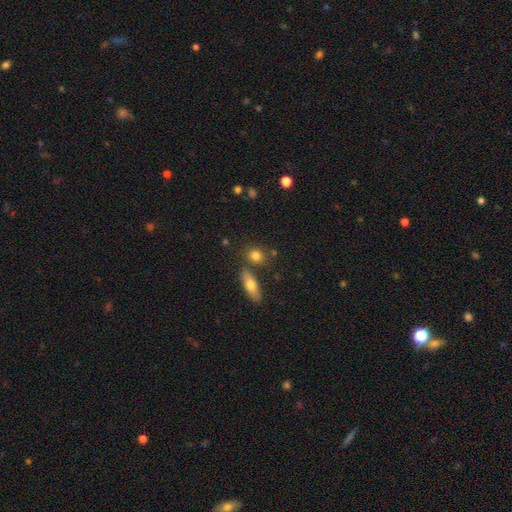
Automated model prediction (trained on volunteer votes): Smooth or featured?
  - smooth: 80% *
  - featured or disk: 10%
  - star or artifact: 9%
How rounded?
  - round: 57% *
  - in between: 37%
  - cigar-shaped: 7%
Merging?
  - none: 72% *
  - merger: 15%
  - minor disturbance: 10%
  - major disturbance: 3%